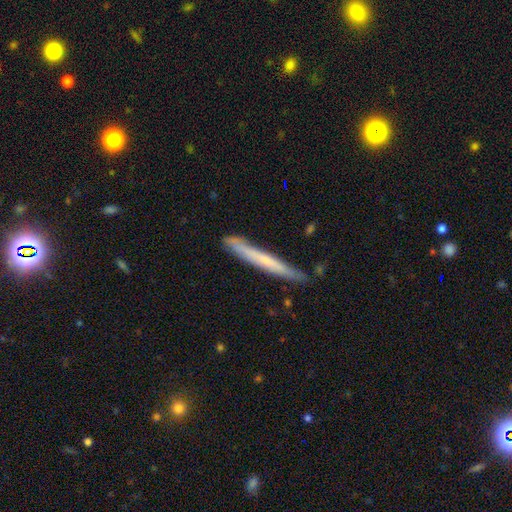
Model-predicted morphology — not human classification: smooth_or_featured: smooth (p=0.48) [alt: featured or disk p=0.45]
merging: none (p=0.82) [alt: minor disturbance p=0.14]